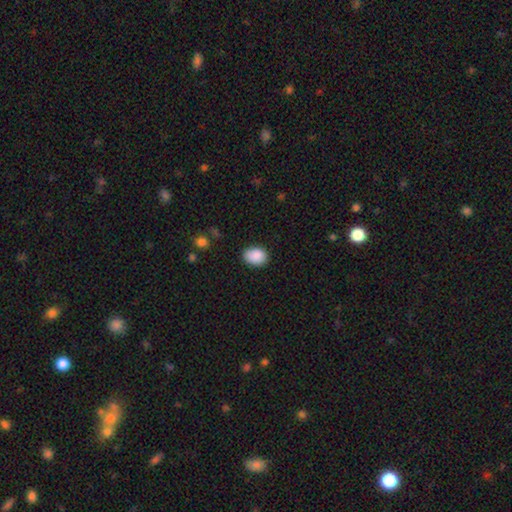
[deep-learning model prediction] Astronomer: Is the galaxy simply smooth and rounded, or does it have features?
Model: smooth — 89%.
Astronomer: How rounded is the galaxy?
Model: in between — 74%.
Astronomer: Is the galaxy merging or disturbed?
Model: none — 83%.